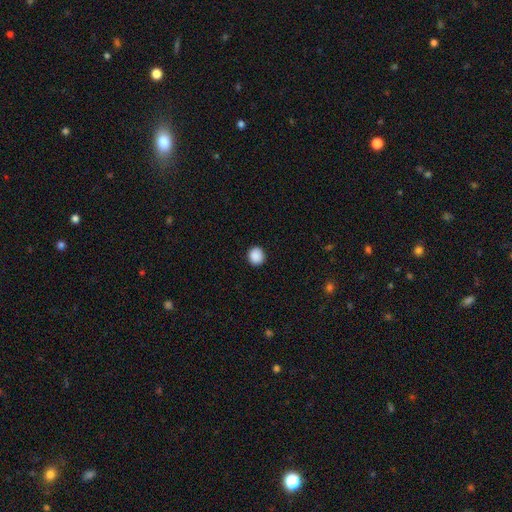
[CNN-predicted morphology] Overall: smooth (90%). How rounded: round (85%). Merging: none (92%).